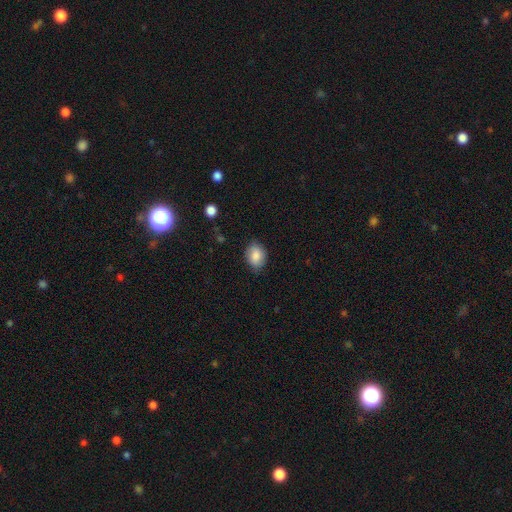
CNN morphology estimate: This is clearly a smooth galaxy (86%). How rounded: likely in between (68%). Merging: clearly none (81%).